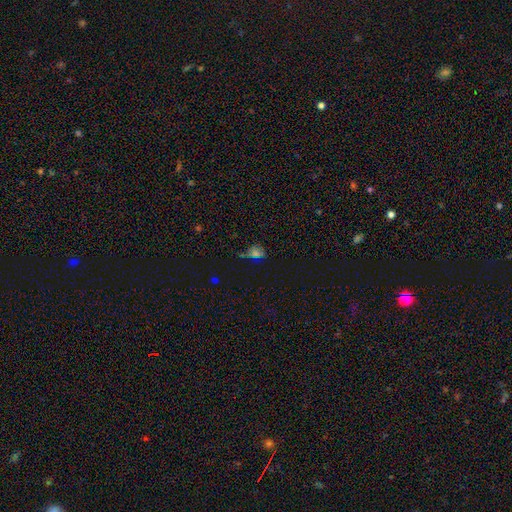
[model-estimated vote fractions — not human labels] This appears to be a smooth galaxy with no disk features (43%). Merging: none (48%).